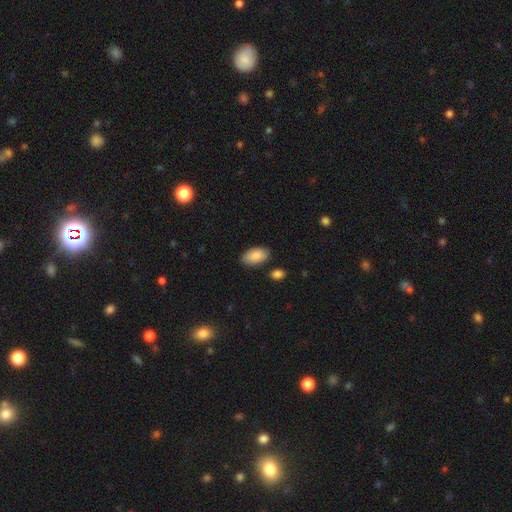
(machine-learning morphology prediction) A smooth galaxy with no disk features (89%) that is in between round and cigar-shaped (95%). Merging: none (84%).